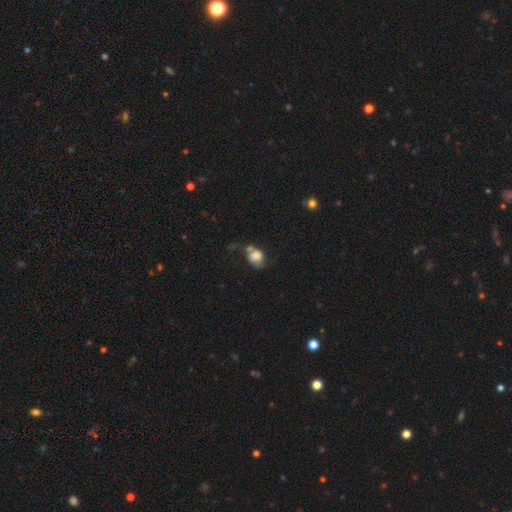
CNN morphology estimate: This appears to be a smooth galaxy with no disk features (69%) that is round (52%). Merging: none (31%).